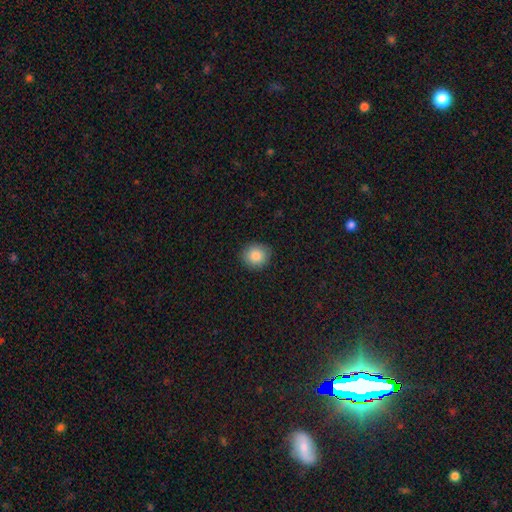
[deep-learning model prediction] This is clearly a smooth galaxy (86%). How rounded: clearly round (83%). Merging: clearly none (90%).